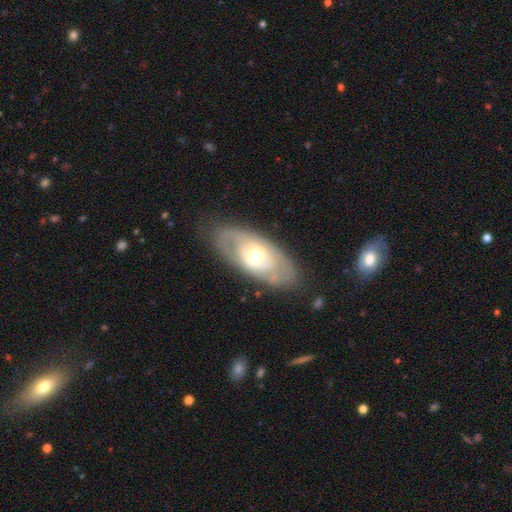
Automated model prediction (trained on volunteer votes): A featured or disk galaxy (68%) with no bar (76%), no spiral arms (60%) and a moderate central bulge (71%).

Vote fractions:
- Smooth or featured? featured or disk: 68% / smooth: 27% / star or artifact: 5%
- Edge-on disk? no: 88% / yes: 12%
- Bar? no: 76% / weak: 18% / strong: 6%
- Spiral arms? no: 60% / yes: 40%
- Bulge size? moderate: 71% / small: 15% / large: 12% / dominant: 1% / none: 1%
- Merging? none: 76% / minor disturbance: 16% / major disturbance: 6% / merger: 1%